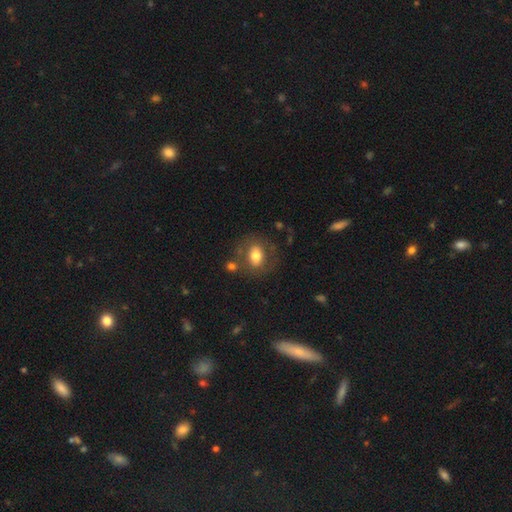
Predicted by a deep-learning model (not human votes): smooth-or-featured: smooth: 65% | featured or disk: 27% | star or artifact: 8%
  how-rounded: in between: 59% | round: 40% | cigar-shaped: 1%
  merging: none: 69% | minor disturbance: 15% | major disturbance: 9% | merger: 8%